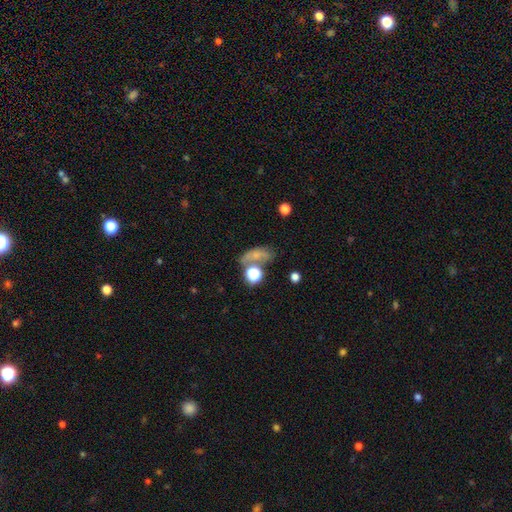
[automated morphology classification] smooth 59%, featured or disk 23%, star or artifact 18%. Down the decision tree: how rounded — in between (65%); merging — none (39%).